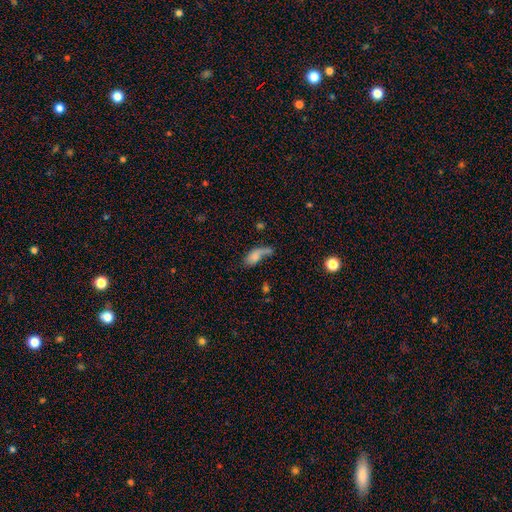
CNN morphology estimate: This is likely a smooth galaxy (66%). How rounded: likely in between (77%). Merging: marginally none (30%, tied with major disturbance).